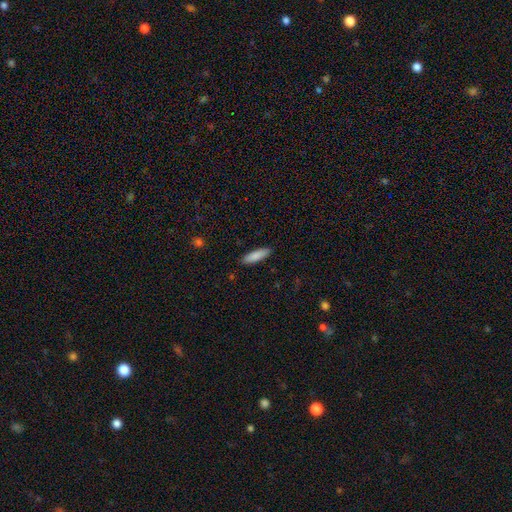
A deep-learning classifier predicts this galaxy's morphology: Overall: smooth (86%). How rounded: cigar-shaped (63%; in between 35%). Merging: none (89%).